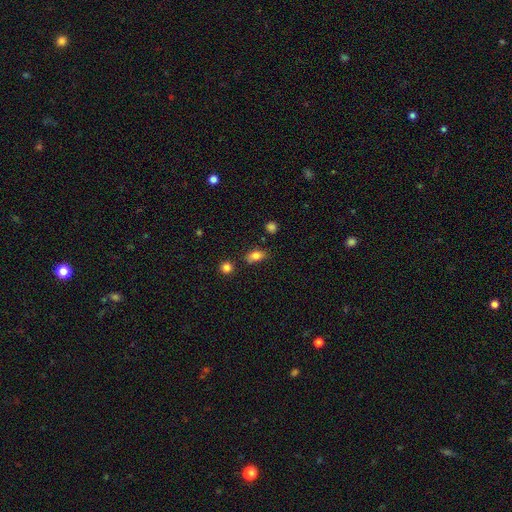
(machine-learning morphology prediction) Smooth or featured?
  - smooth: 81% *
  - star or artifact: 10%
  - featured or disk: 9%
How rounded?
  - in between: 82% *
  - round: 12%
  - cigar-shaped: 6%
Merging?
  - none: 74% *
  - minor disturbance: 17%
  - merger: 5%
  - major disturbance: 4%